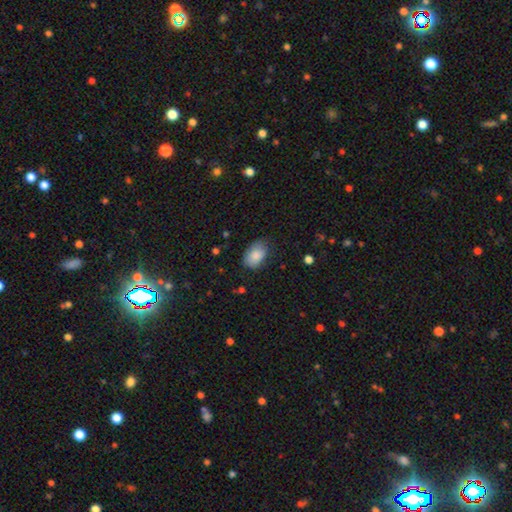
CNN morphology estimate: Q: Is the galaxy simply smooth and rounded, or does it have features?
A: smooth — 84%.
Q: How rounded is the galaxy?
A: in between — 87%.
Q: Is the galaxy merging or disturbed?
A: none — 66%.